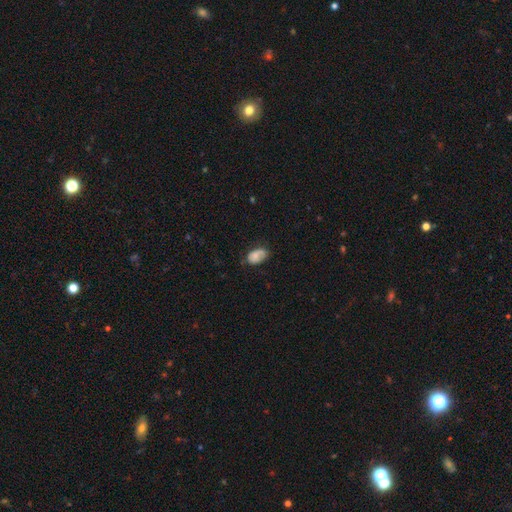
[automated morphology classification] Smooth or featured? Predicted: smooth (p=0.72). How rounded? Predicted: in between (p=0.91). Merging? Predicted: none (p=0.53).